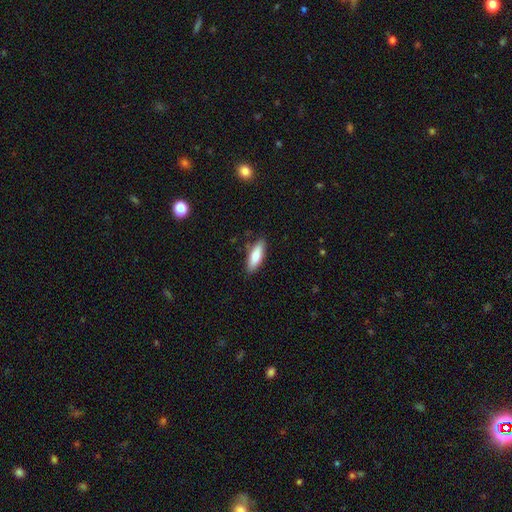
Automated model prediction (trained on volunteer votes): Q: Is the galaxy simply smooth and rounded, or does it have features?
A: smooth — 78%.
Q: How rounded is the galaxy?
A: in between — 56%.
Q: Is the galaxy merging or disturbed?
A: none — 84%.